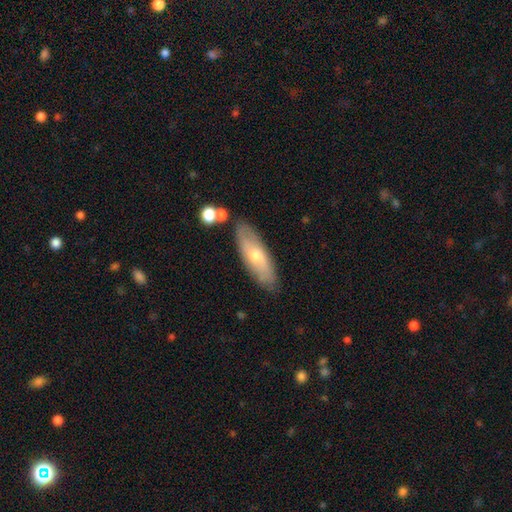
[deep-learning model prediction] Overall: smooth (52%; featured or disk 42%). How rounded: in between (54%; cigar-shaped 44%). Merging: none (79%).